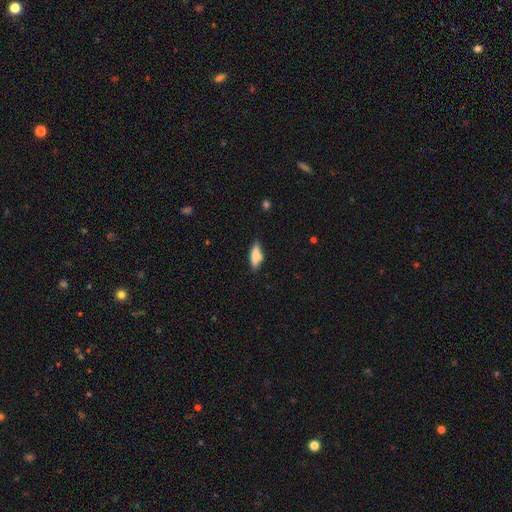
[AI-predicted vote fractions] A smooth galaxy with no disk features (75%) that is in between round and cigar-shaped (55%). Merging: none (75%).